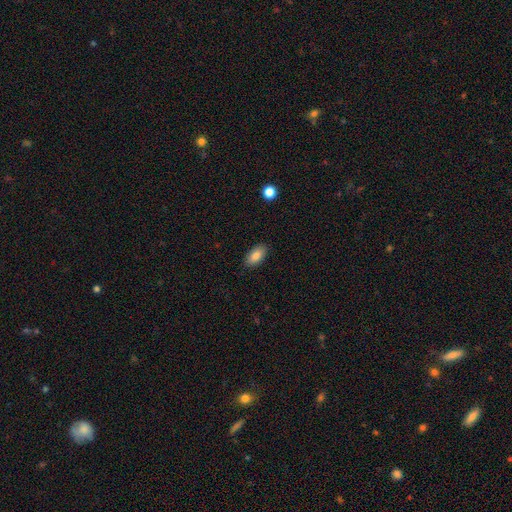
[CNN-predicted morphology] Smooth or featured? Predicted: smooth (p=0.85). How rounded? Predicted: in between (p=0.93). Merging? Predicted: none (p=0.88).